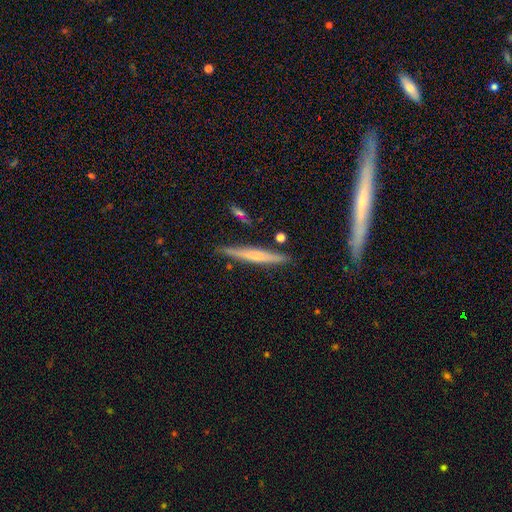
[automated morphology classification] The model was most divided on "smooth or featured": featured or disk: 49%, smooth: 45%, star or artifact: 7%. More confident: merging — none (85%).